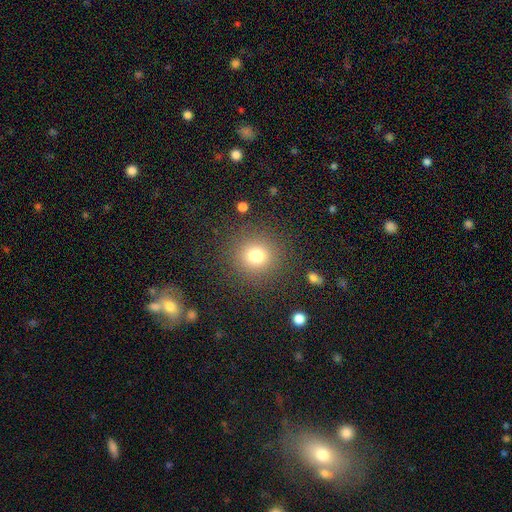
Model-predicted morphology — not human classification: Smooth or featured? smooth (76%)
How rounded? round (92%)
Merging? none (87%)